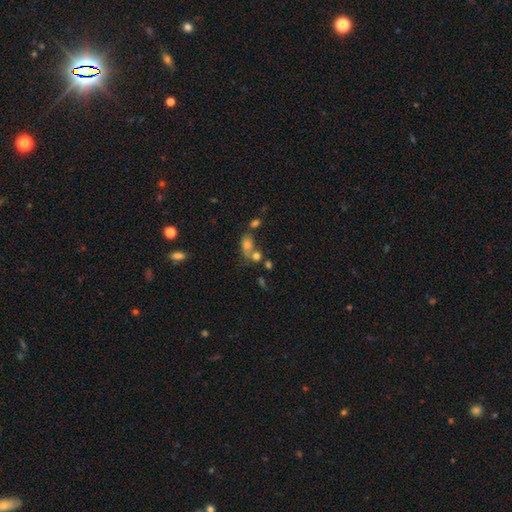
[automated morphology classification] A smooth galaxy with no disk features (69%) that is in between round and cigar-shaped (53%). Merging: merger (49%).